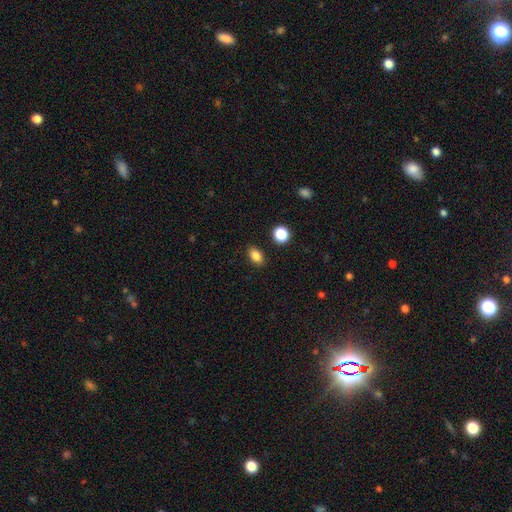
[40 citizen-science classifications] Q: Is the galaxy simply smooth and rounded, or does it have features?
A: smooth — 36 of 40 (90%).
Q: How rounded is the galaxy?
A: in between — 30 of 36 (83%).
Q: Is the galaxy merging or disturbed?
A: none — 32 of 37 (86%).